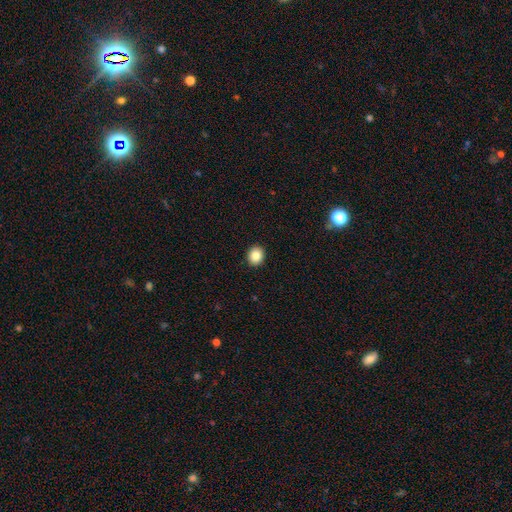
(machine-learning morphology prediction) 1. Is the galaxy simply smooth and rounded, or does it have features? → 85% smooth, 9% star or artifact, 6% featured or disk.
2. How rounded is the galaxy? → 75% round, 24% in between, 1% cigar-shaped.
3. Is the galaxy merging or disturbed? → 92% none, 5% minor disturbance, 1% major disturbance, 1% merger.